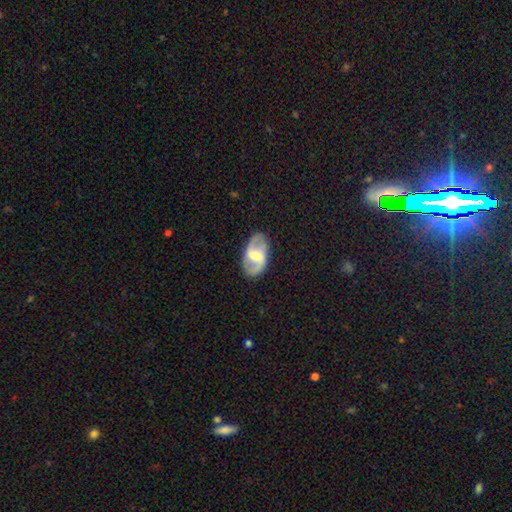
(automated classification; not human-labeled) Smooth or featured? Predicted: featured or disk (p=0.75). Edge-on disk? Predicted: no (p=0.96). Bar? Predicted: weak (p=0.50). Spiral arms? Predicted: yes (p=0.89). Spiral winding? Predicted: medium (p=0.44). Spiral arm count? Predicted: 2 (p=0.90). Bulge size? Predicted: moderate (p=0.42). Merging? Predicted: none (p=0.84).